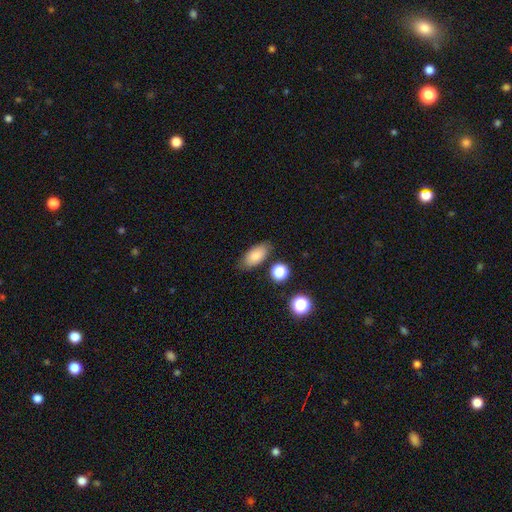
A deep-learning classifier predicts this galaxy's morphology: The model was most divided on "merging": none: 78%, minor disturbance: 14%, merger: 4%, major disturbance: 4%. More confident: how rounded — in between (88%); smooth or featured — smooth (84%).